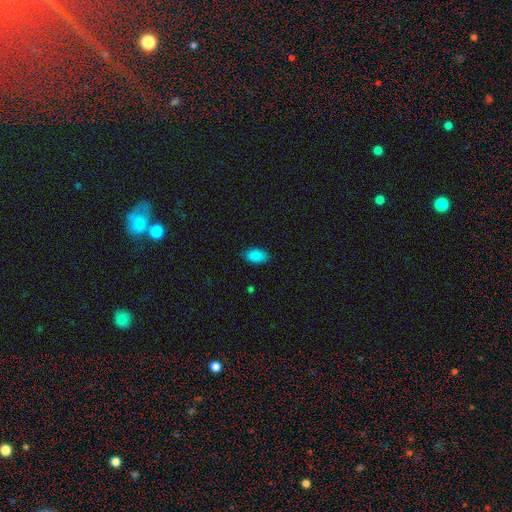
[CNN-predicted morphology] A smooth galaxy with no disk features (88%) that is in between round and cigar-shaped (93%).

Vote fractions:
- Smooth or featured? smooth: 88% / star or artifact: 9% / featured or disk: 3%
- How rounded? in between: 93% / round: 4% / cigar-shaped: 3%
- Merging? none: 84% / minor disturbance: 12% / major disturbance: 2% / merger: 1%